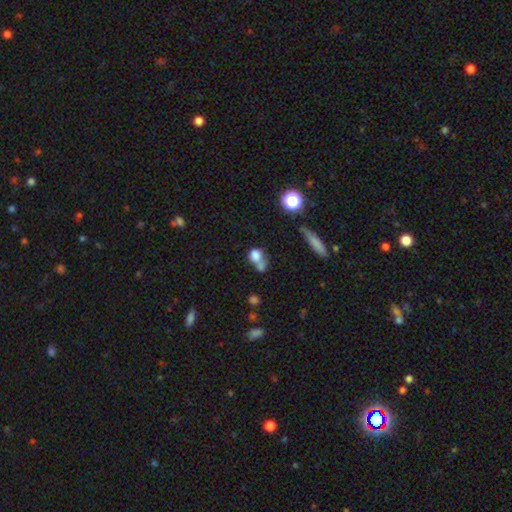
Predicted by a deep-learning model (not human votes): A smooth galaxy with no disk features (74%) that is round (62%).

Vote fractions:
- Smooth or featured? smooth: 74% / featured or disk: 14% / star or artifact: 13%
- How rounded? round: 62% / in between: 34% / cigar-shaped: 3%
- Merging? merger: 50% / none: 30% / minor disturbance: 12% / major disturbance: 8%